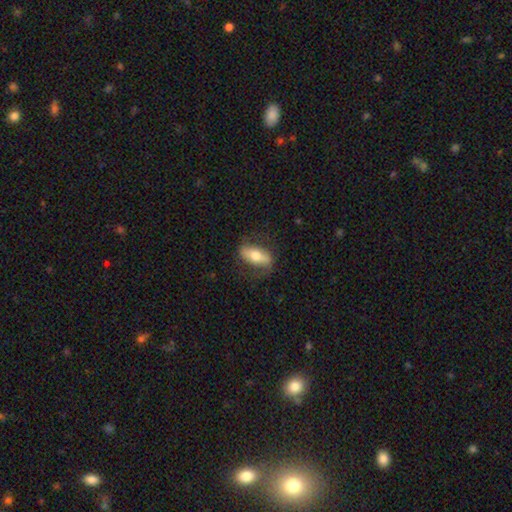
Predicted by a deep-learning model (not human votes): Morphology: type=smooth (54%); roundness=in between (77%); merging=none (73%).